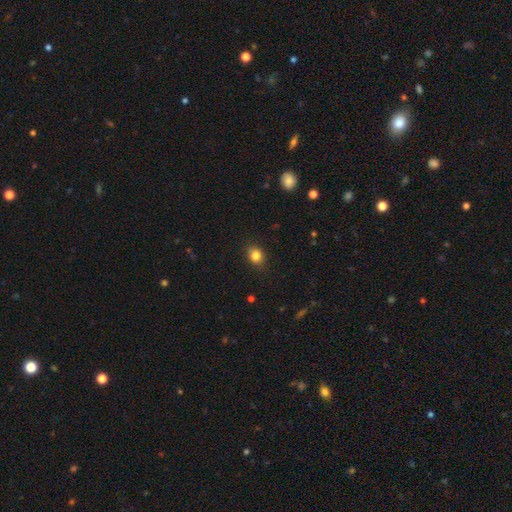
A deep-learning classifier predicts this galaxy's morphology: Smooth or featured?
  - smooth: 83% *
  - star or artifact: 11%
  - featured or disk: 6%
How rounded?
  - round: 55% *
  - in between: 44%
  - cigar-shaped: 1%
Merging?
  - none: 85% *
  - minor disturbance: 12%
  - major disturbance: 3%
  - merger: 1%